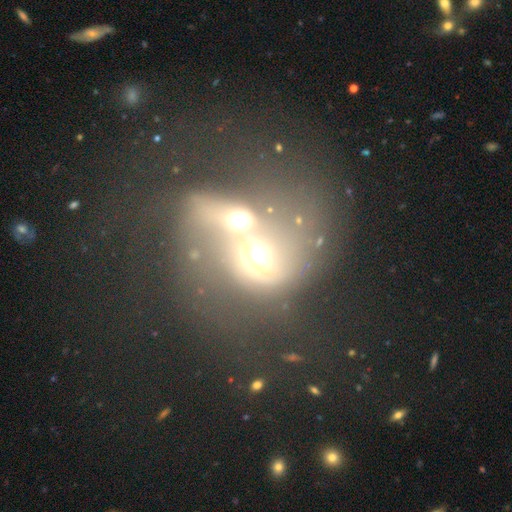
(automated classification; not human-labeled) Overall: featured or disk (51%; smooth 34%). Edge-on disk: no (96%). Merging: merger (75%).